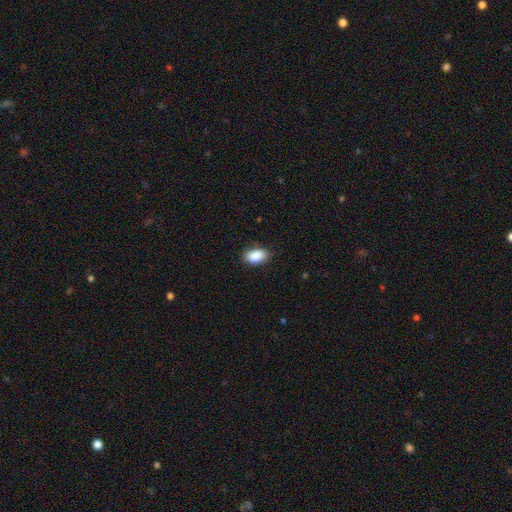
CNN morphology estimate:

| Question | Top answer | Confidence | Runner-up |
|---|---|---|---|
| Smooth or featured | smooth | 89% | star or artifact (7%) |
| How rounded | in between | 92% | round (6%) |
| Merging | none | 84% | minor disturbance (12%) |